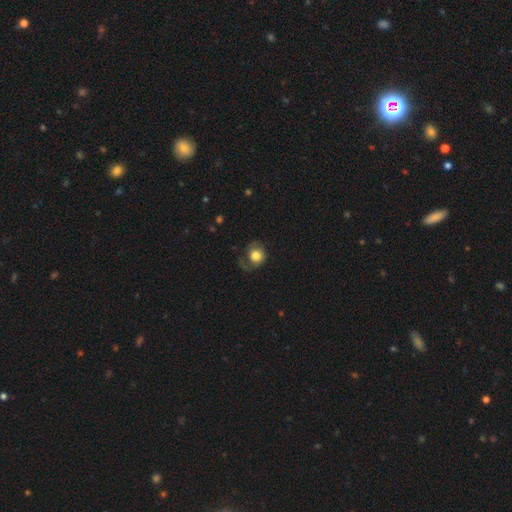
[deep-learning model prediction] A smooth galaxy with no disk features (75%) that is round (78%).

Vote fractions:
- Smooth or featured? smooth: 75% / featured or disk: 16% / star or artifact: 9%
- How rounded? round: 78% / in between: 21% / cigar-shaped: 1%
- Merging? none: 50% / minor disturbance: 25% / major disturbance: 23% / merger: 2%